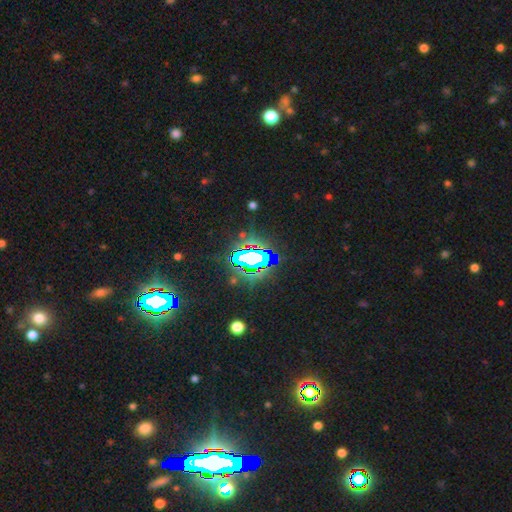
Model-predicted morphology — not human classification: The model was most divided on "smooth or featured": star or artifact: 67%, smooth: 18%, featured or disk: 15%.